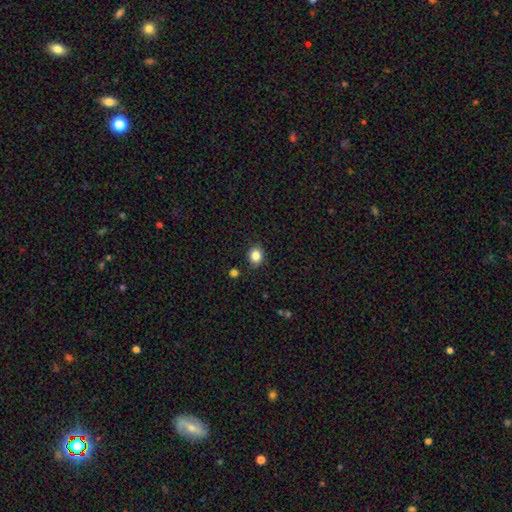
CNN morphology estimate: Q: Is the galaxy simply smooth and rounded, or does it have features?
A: smooth — 84%.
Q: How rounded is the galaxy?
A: round — 64%.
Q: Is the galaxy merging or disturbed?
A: none — 88%.